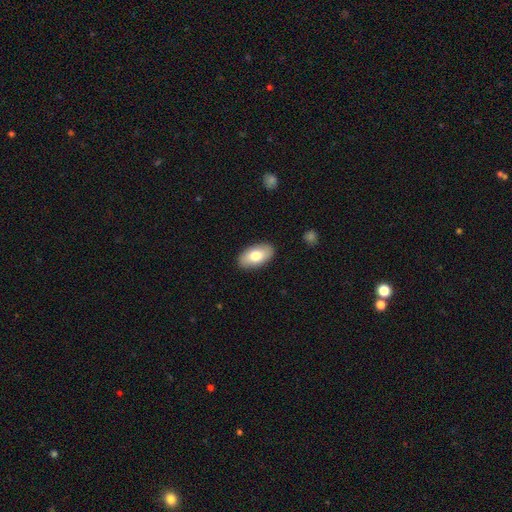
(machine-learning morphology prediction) Smooth or featured? Predicted: smooth (p=0.77). How rounded? Predicted: in between (p=0.95). Merging? Predicted: none (p=0.89).